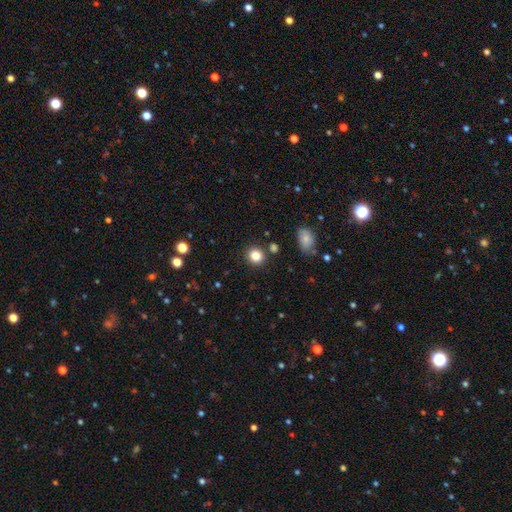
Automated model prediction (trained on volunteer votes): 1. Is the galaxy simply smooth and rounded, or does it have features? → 84% smooth, 11% star or artifact, 5% featured or disk.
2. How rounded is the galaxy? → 83% round, 16% in between, 1% cigar-shaped.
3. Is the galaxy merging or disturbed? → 86% none, 7% minor disturbance, 4% merger, 3% major disturbance.